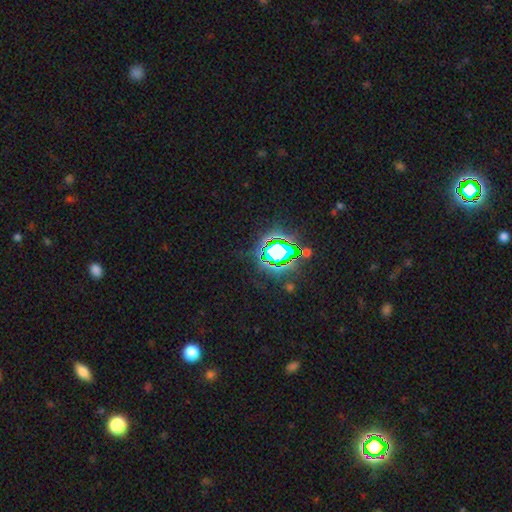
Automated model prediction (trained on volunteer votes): smooth-or-featured: star or artifact: 79% | smooth: 13% | featured or disk: 8%